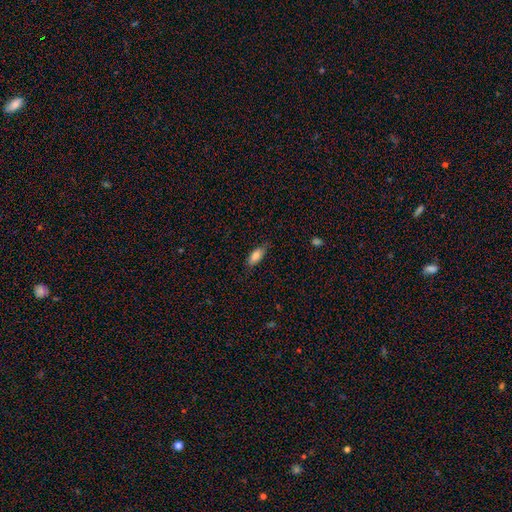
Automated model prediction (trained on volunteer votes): smooth_or_featured: smooth (p=0.81) [alt: featured or disk p=0.12]
how_rounded: in between (p=0.80) [alt: cigar-shaped p=0.18]
merging: none (p=0.74) [alt: minor disturbance p=0.21]